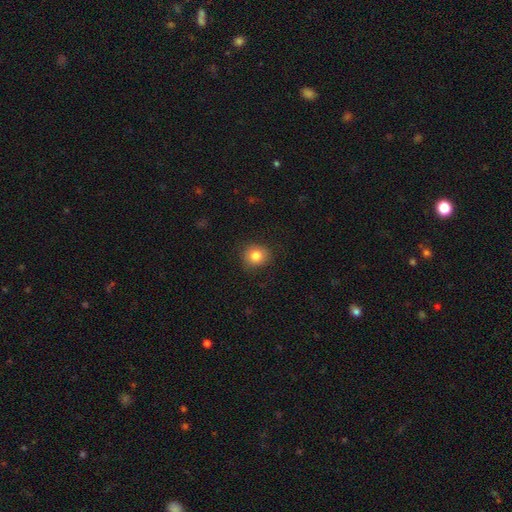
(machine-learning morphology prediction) This appears to be a smooth galaxy with no disk features (83%) that is round (83%). Merging: none (86%).